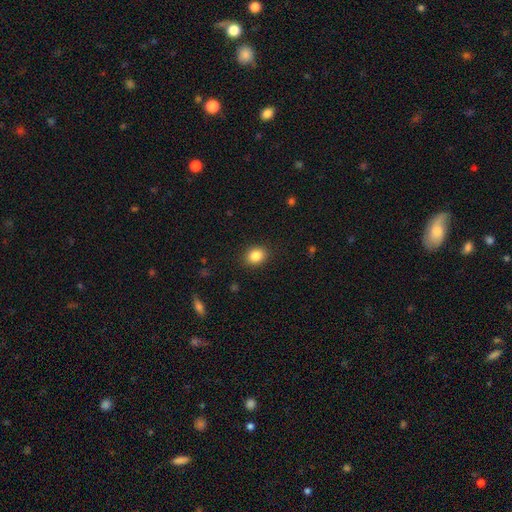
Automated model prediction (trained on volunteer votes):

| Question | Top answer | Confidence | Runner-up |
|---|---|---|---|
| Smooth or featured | smooth | 85% | star or artifact (10%) |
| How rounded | round | 51% | in between (48%) |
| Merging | none | 89% | minor disturbance (8%) |